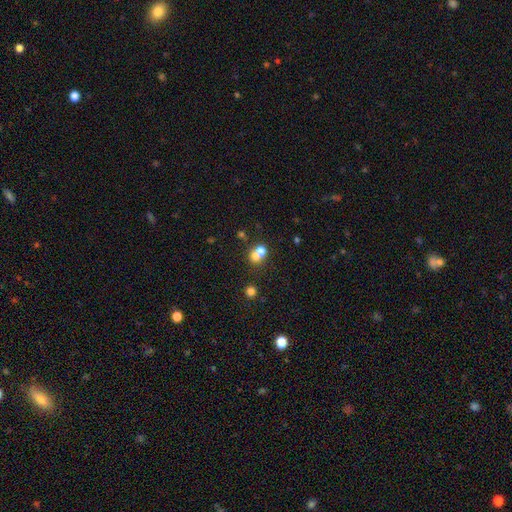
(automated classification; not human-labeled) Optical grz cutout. It shows a smooth galaxy with no disk features (67%) that is round (74%). Merging: merger (59%).